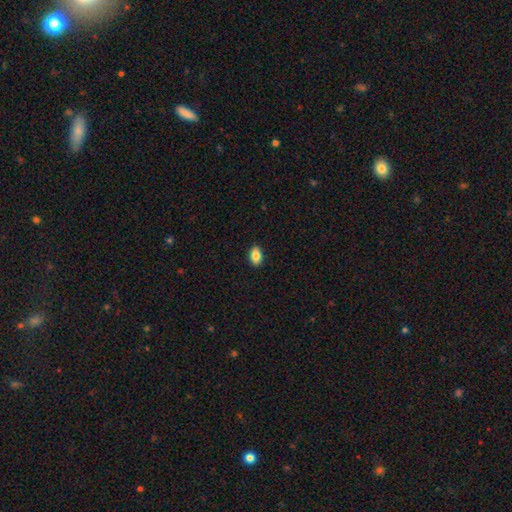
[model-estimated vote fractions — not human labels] Overall: smooth (85%). How rounded: in between (87%). Merging: none (90%).